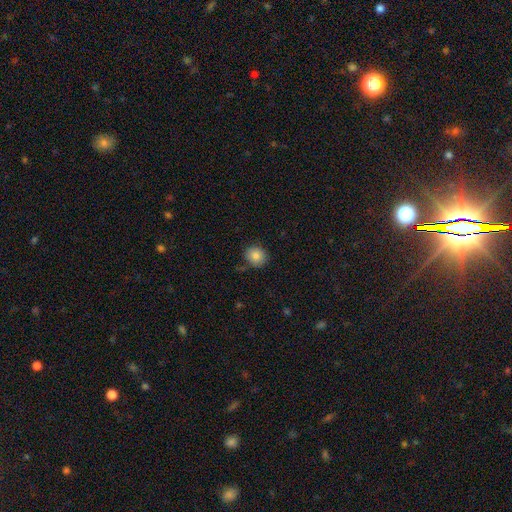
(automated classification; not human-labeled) This appears to be a smooth galaxy with no disk features (84%) that is round (83%). Merging: none (82%).